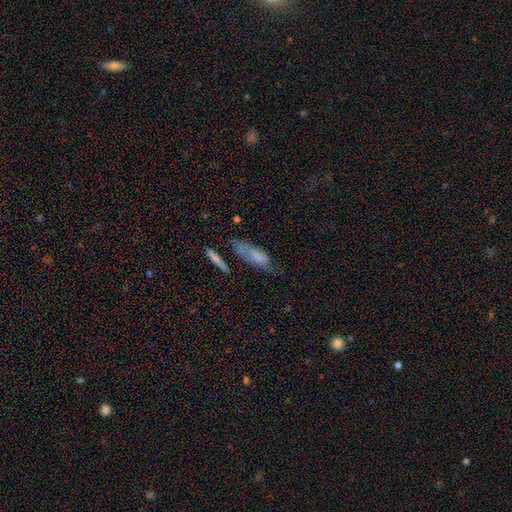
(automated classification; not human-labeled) This is possibly a smooth galaxy (58%). How rounded: likely in between (60%). Merging: marginally none (43%).